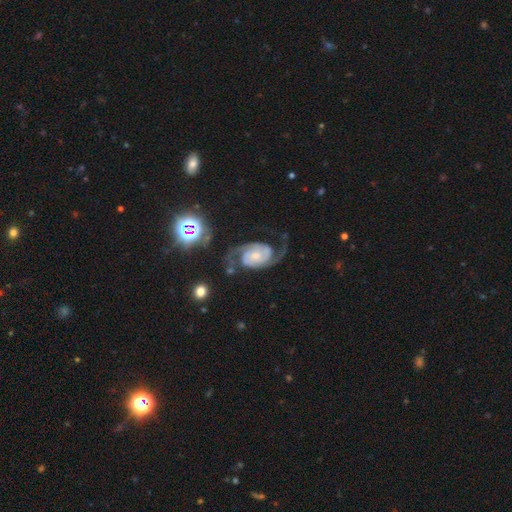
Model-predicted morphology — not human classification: This is clearly a featured or disk galaxy (90%). It is clearly not viewed edge-on (98%). Bar: likely no (62%). Spiral arm pattern: clearly yes (98%). Spiral arm count: clearly 2 (93%). Spiral winding: possibly medium (49%). Central bulge: possibly small (53%). Merging: likely none (66%).